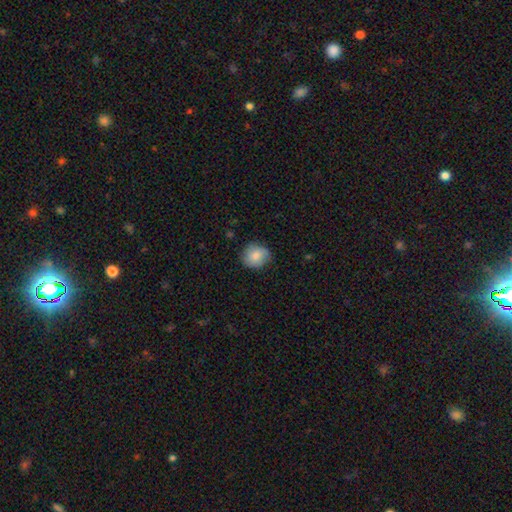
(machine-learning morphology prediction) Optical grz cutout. It shows a smooth galaxy with no disk features (80%) that is round (78%). Merging: none (77%).